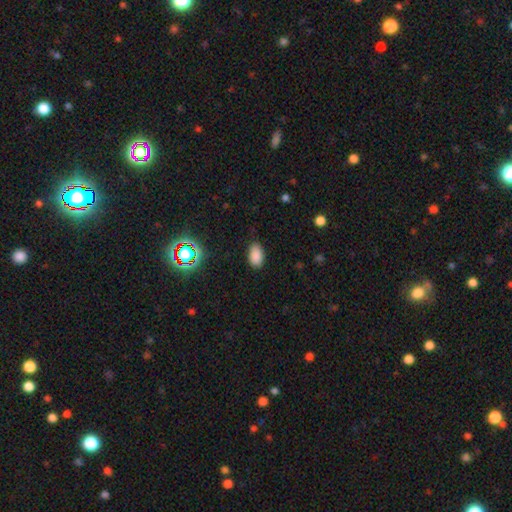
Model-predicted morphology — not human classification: Smooth or featured?
  - smooth: 83% *
  - star or artifact: 12%
  - featured or disk: 4%
How rounded?
  - in between: 92% *
  - round: 6%
  - cigar-shaped: 2%
Merging?
  - none: 83% *
  - minor disturbance: 13%
  - major disturbance: 3%
  - merger: 1%